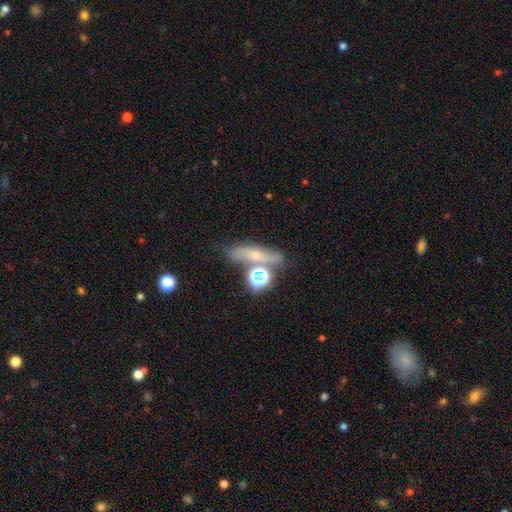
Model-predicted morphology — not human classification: Smooth or featured: smooth — 46% (featured or disk — 37%)
Merging: none — 57% (merger — 18%)